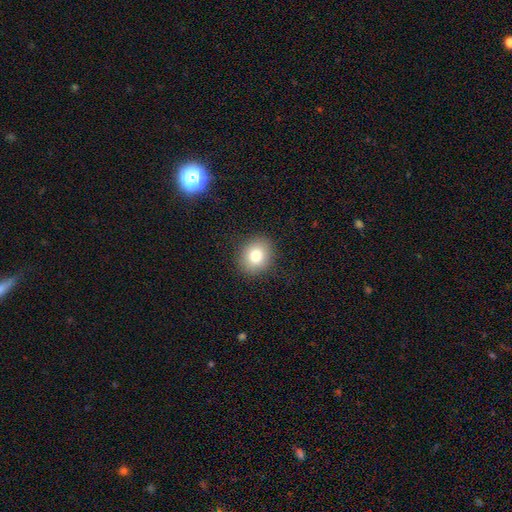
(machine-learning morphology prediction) This appears to be a smooth galaxy with no disk features (78%) that is round (70%). Merging: none (89%).